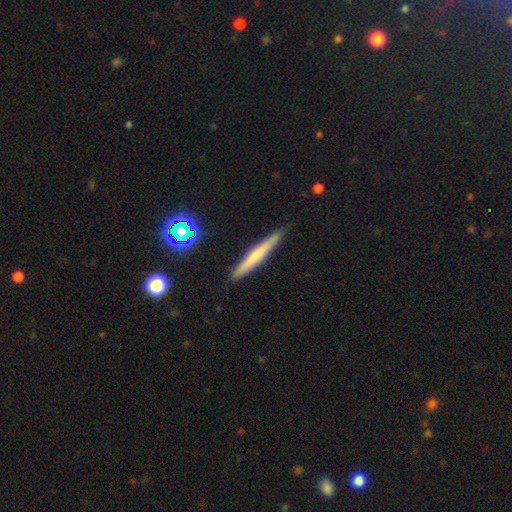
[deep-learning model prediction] This is possibly a smooth galaxy (57%). How rounded: clearly cigar-shaped (96%). Merging: clearly none (89%).